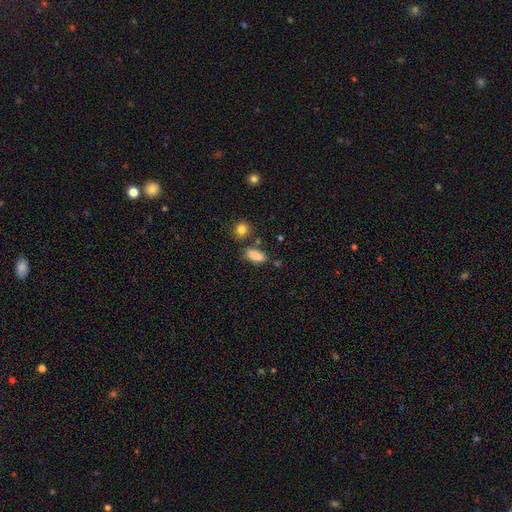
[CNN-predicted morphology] A smooth galaxy with no disk features (87%) that is in between round and cigar-shaped (84%).

Vote fractions:
- Smooth or featured? smooth: 87% / star or artifact: 8% / featured or disk: 5%
- How rounded? in between: 84% / cigar-shaped: 12% / round: 4%
- Merging? none: 74% / minor disturbance: 15% / merger: 7% / major disturbance: 4%